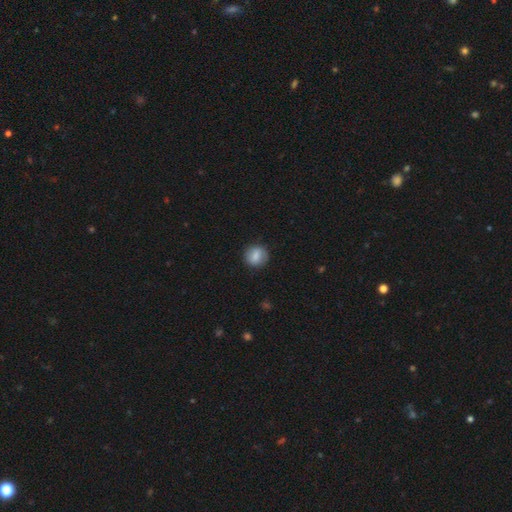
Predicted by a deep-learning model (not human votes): Overall: smooth (79%). How rounded: round (81%). Merging: none (86%).